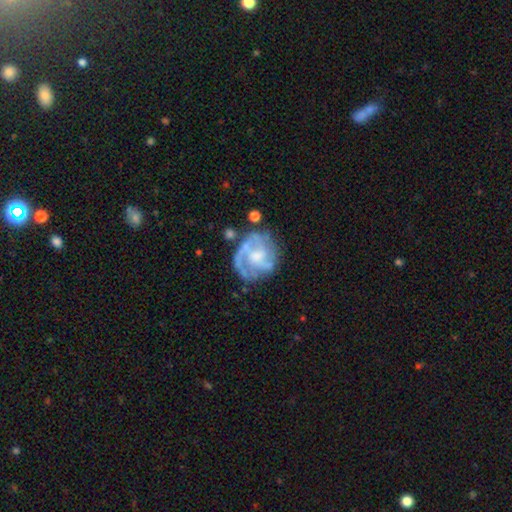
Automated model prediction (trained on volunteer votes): smooth_or_featured: featured or disk (p=0.79) [alt: smooth p=0.14]
disk_edge_on: no (p=0.98) [alt: yes p=0.02]
bar: no (p=0.57) [alt: weak p=0.35]
has_spiral_arms: yes (p=0.83) [alt: no p=0.17]
spiral_winding: tight (p=0.45) [alt: medium p=0.40]
spiral_arm_count: can't tell (p=0.32) [alt: 3 p=0.25]
bulge_size: moderate (p=0.44) [alt: small p=0.29]
merging: none (p=0.57) [alt: minor disturbance p=0.21]